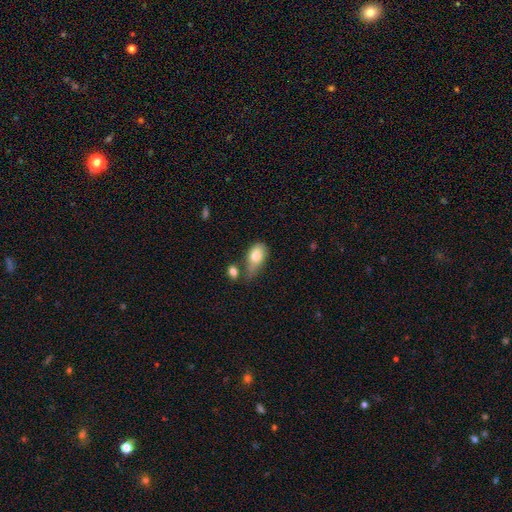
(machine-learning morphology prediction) Smooth or featured: smooth — 78% (featured or disk — 15%)
How rounded: in between — 88% (round — 10%)
Merging: none — 36% (minor disturbance — 30%)